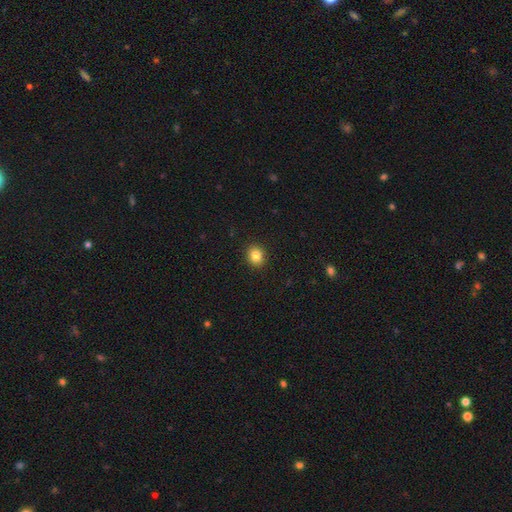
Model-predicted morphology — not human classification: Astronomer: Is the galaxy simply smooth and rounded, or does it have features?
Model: smooth — 83%.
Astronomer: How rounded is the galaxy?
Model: round — 75%.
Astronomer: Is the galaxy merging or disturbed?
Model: none — 92%.